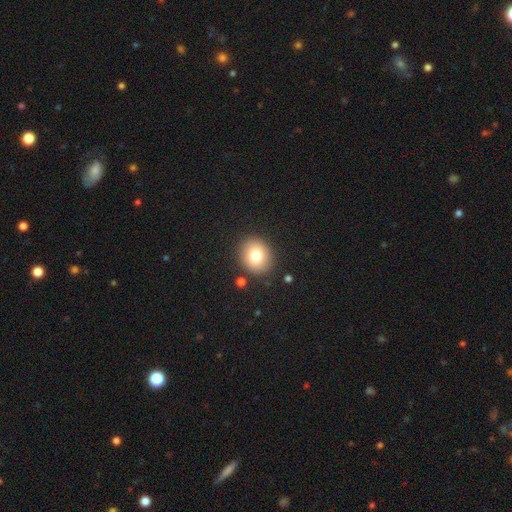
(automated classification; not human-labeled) Morphology: type=smooth (79%); roundness=round (71%); merging=none (88%).